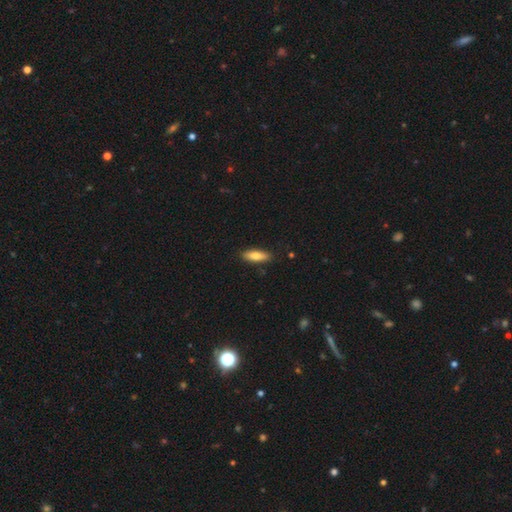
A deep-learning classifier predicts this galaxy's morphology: Smooth or featured?
  - smooth: 76% *
  - featured or disk: 18%
  - star or artifact: 6%
How rounded?
  - in between: 51% *
  - cigar-shaped: 47%
  - round: 2%
Merging?
  - none: 88% *
  - minor disturbance: 9%
  - major disturbance: 2%
  - merger: 1%